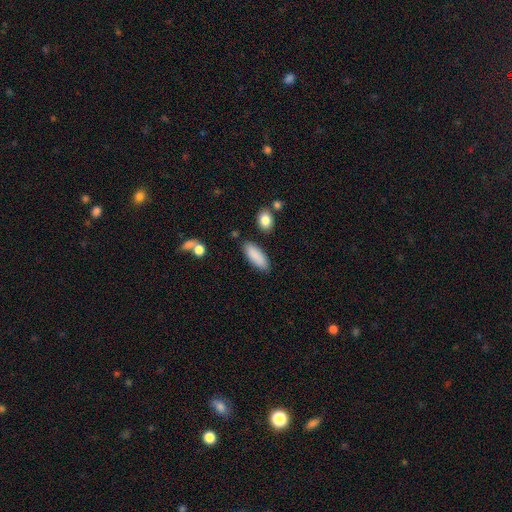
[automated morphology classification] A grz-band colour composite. It shows a smooth galaxy with no disk features (88%) that is in between round and cigar-shaped (72%). Merging: none (84%).